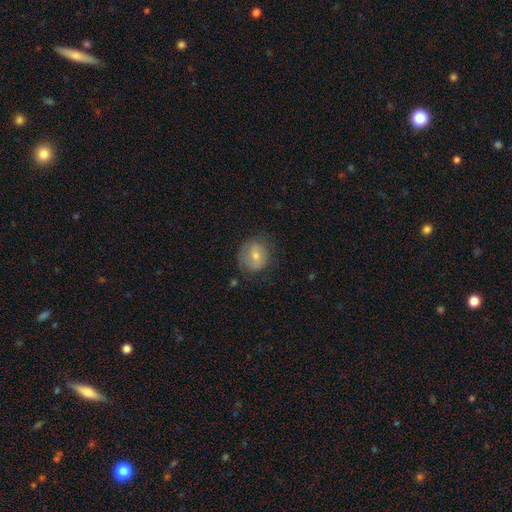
Volunteers were most divided on "spiral arm count": 1: 50%, can't tell: 42%, 2: 8%, 3: 0%, 4: 0%, more than 4: 0%. Remaining: edge-on disk — no (91%); bulge size — small (65%); merging — none (62%); spiral arms — yes (60%); smooth or featured — featured or disk (59%); bar — no (50%); spiral winding — tight (42%).